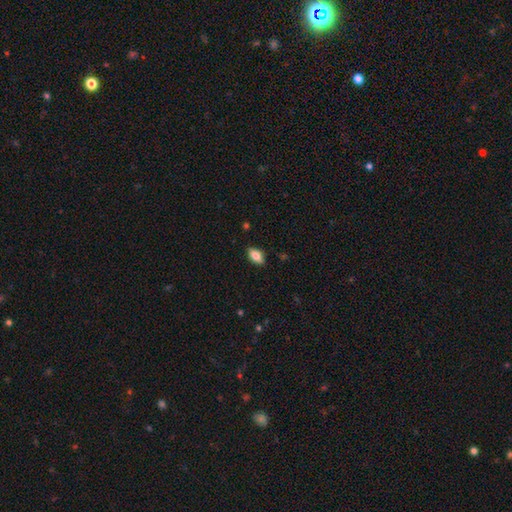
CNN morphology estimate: smooth-or-featured: smooth: 82% | featured or disk: 10% | star or artifact: 8%
  how-rounded: in between: 91% | cigar-shaped: 5% | round: 5%
  merging: none: 86% | minor disturbance: 11% | major disturbance: 2% | merger: 1%